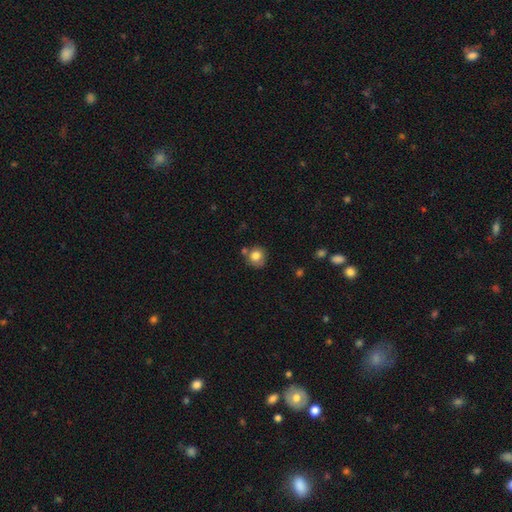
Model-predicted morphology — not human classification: Smooth or featured? smooth (80%)
How rounded? round (84%)
Merging? none (65%)